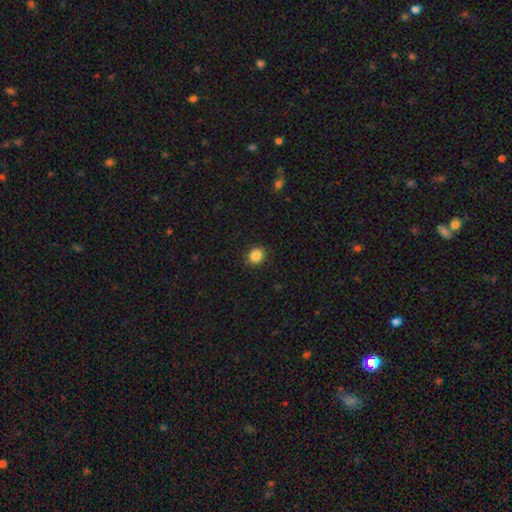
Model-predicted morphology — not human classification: Smooth or featured: smooth — 86% (star or artifact — 10%)
How rounded: round — 71% (in between — 28%)
Merging: none — 89% (minor disturbance — 8%)